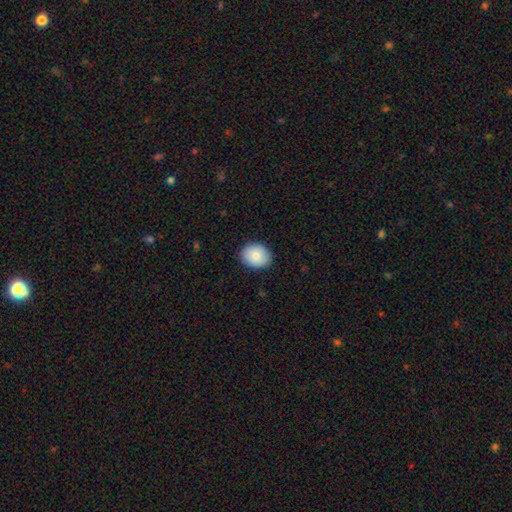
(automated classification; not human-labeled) Smooth or featured? smooth (84%)
How rounded? in between (51%)
Merging? none (86%)